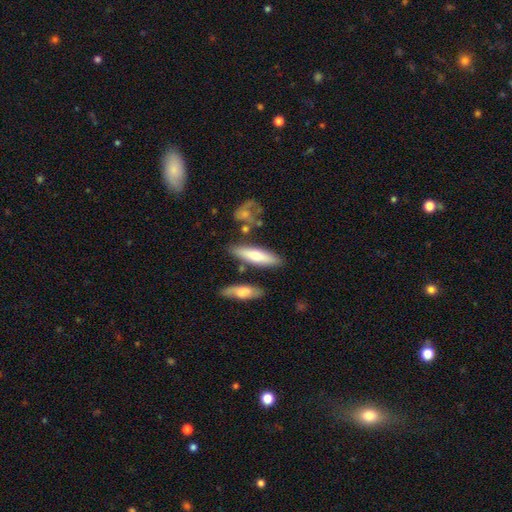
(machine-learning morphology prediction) This appears to be a smooth galaxy with no disk features (61%) that is cigar-shaped (63%). Merging: none (76%).